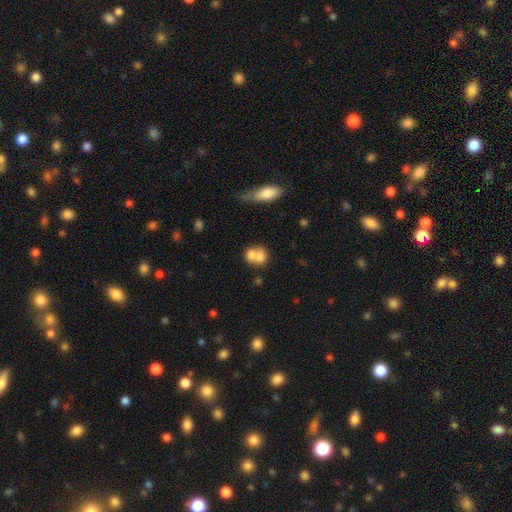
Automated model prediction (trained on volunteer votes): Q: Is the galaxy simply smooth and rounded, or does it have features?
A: smooth — 68%.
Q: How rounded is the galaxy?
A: round — 57%.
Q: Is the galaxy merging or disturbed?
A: merger — 62%.